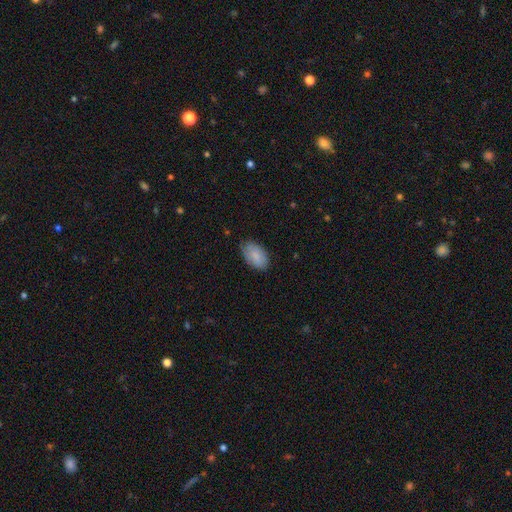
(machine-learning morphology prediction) Q: Smooth or featured?
A: smooth (81%); runner-up: featured or disk (12%)
Q: How rounded?
A: in between (94%); runner-up: round (4%)
Q: Merging?
A: none (71%); runner-up: minor disturbance (24%)